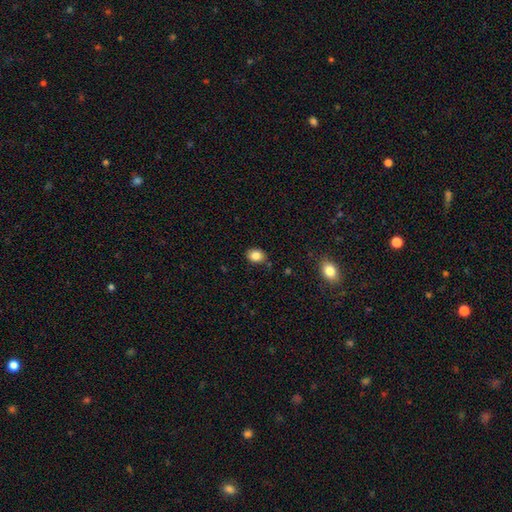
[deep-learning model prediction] smooth 85%, star or artifact 10%, featured or disk 5%. Down the decision tree: how rounded — in between (52%); merging — none (82%).